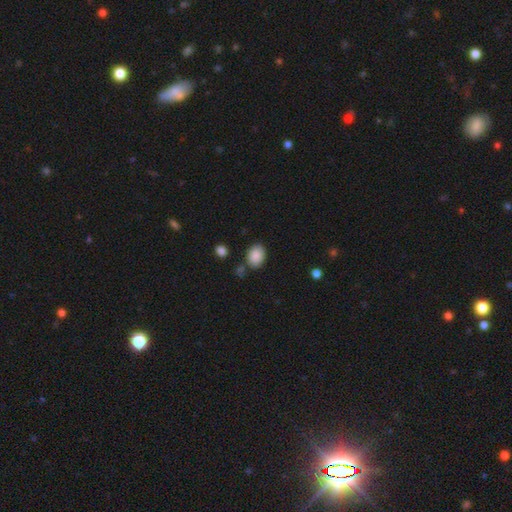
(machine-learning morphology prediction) Overall: smooth (88%). How rounded: in between (66%; round 33%). Merging: none (74%).